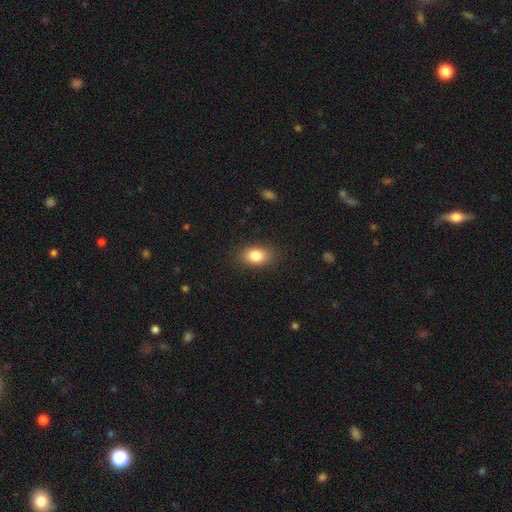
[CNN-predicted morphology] A smooth galaxy with no disk features (84%) that is in between round and cigar-shaped (82%).

Vote fractions:
- Smooth or featured? smooth: 84% / star or artifact: 9% / featured or disk: 7%
- How rounded? in between: 82% / round: 16% / cigar-shaped: 2%
- Merging? none: 85% / minor disturbance: 11% / major disturbance: 3% / merger: 1%